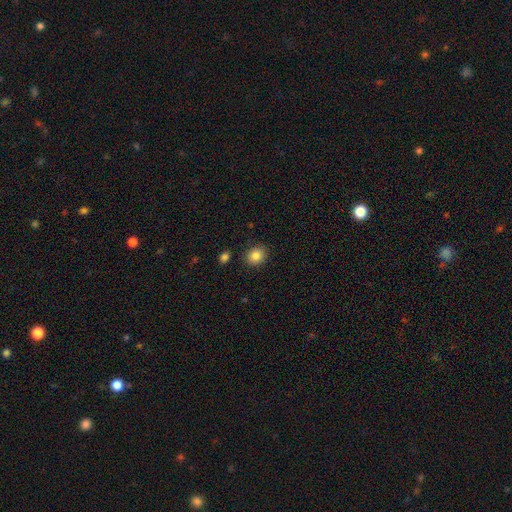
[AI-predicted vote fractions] This is clearly a smooth galaxy (85%). How rounded: likely round (67%). Merging: clearly none (88%).